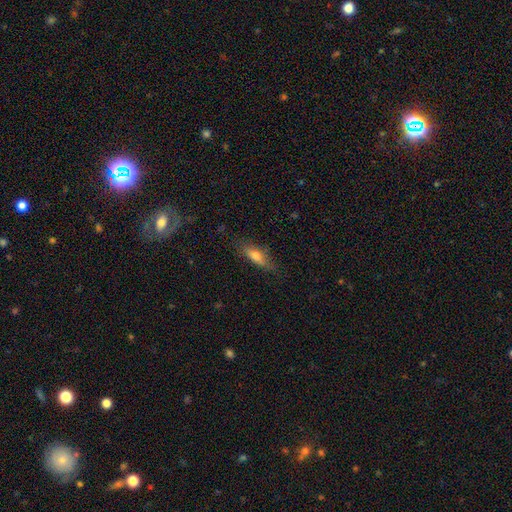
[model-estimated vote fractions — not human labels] A smooth galaxy with no disk features (67%) that is in between round and cigar-shaped (52%).

Vote fractions:
- Smooth or featured? smooth: 67% / featured or disk: 26% / star or artifact: 8%
- How rounded? in between: 52% / cigar-shaped: 46% / round: 3%
- Merging? none: 77% / minor disturbance: 18% / major disturbance: 4% / merger: 1%